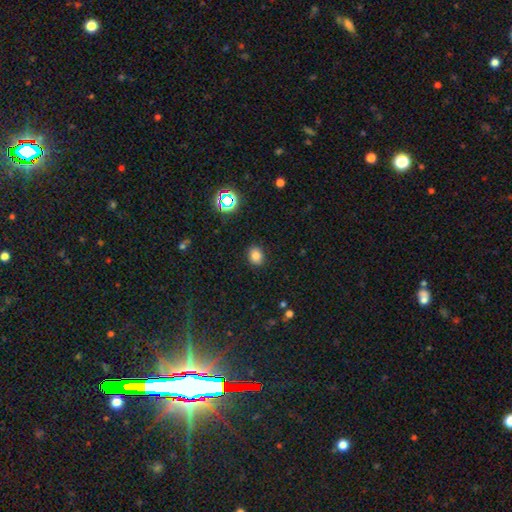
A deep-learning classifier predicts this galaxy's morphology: A smooth galaxy with no disk features (80%) that is in between round and cigar-shaped (51%). Merging: none (88%).